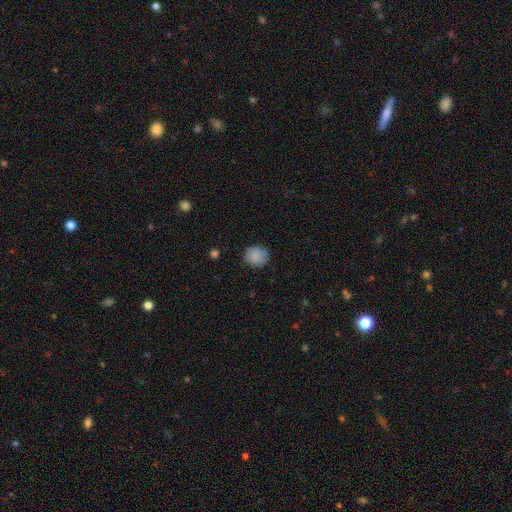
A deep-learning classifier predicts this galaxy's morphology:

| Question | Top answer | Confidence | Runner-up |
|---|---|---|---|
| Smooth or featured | smooth | 88% | star or artifact (8%) |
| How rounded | round | 82% | in between (17%) |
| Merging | none | 85% | minor disturbance (11%) |